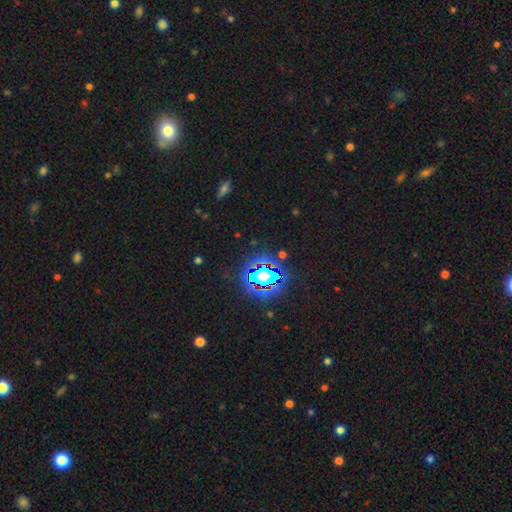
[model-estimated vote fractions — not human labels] star or artifact 81%, smooth 12%, featured or disk 8%.